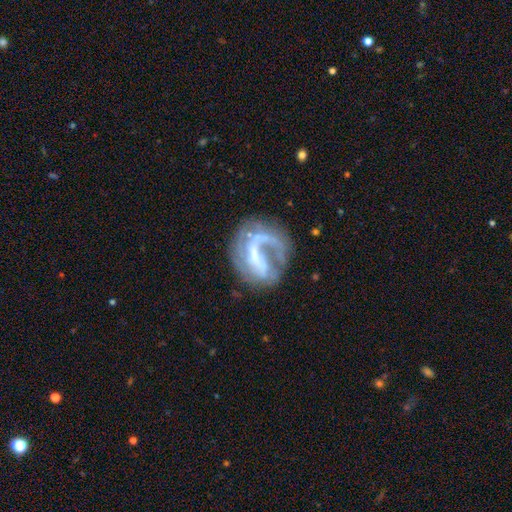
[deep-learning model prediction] Overall: featured or disk (81%). Edge-on disk: no (98%). Bar: weak (45%; strong 32%). Spiral arms: yes (86%). Spiral arm count: 1 (46%; 2 32%). Spiral winding: medium (40%; loose 38%). Bulge size: small (49%; moderate 23%). Merging: none (46%; major disturbance 31%).